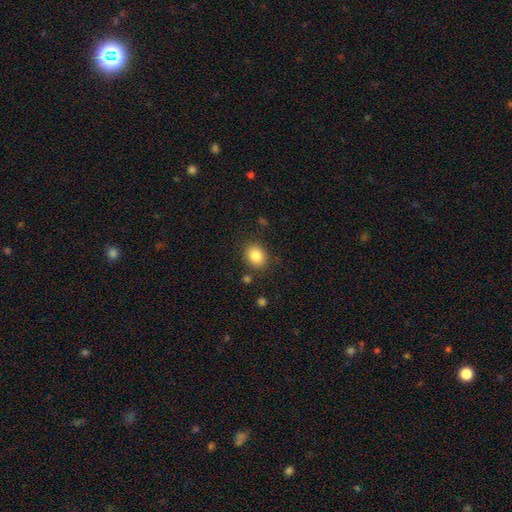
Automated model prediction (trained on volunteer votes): Morphology: type=smooth (85%); roundness=in between (56%); merging=none (83%).